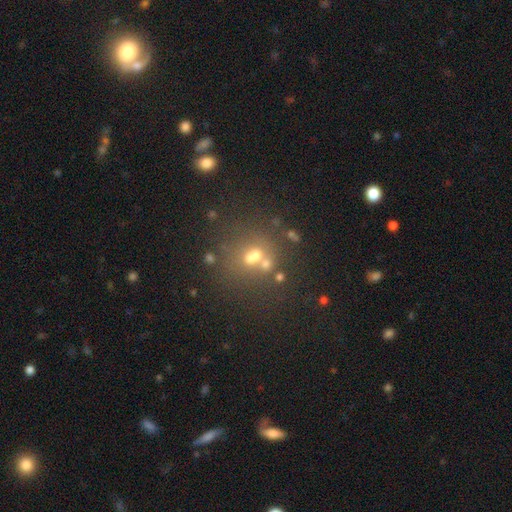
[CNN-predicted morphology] This is possibly a smooth galaxy (50%). How rounded: likely round (75%). Merging: possibly none (54%).